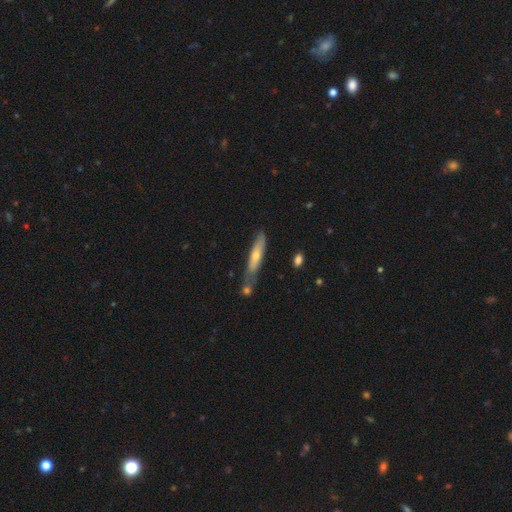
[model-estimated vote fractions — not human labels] Smooth or featured?
  - smooth: 48% *
  - featured or disk: 46%
  - star or artifact: 7%
Merging?
  - none: 59% *
  - minor disturbance: 23%
  - merger: 12%
  - major disturbance: 6%